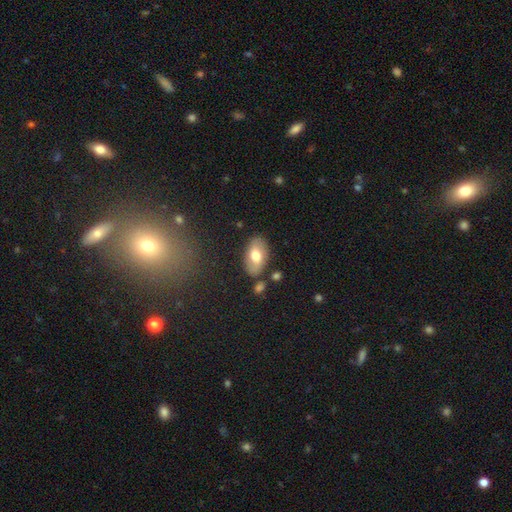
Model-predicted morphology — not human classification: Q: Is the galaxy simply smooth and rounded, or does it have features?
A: smooth — 65%.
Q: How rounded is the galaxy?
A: in between — 92%.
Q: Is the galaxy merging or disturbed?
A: none — 80%.